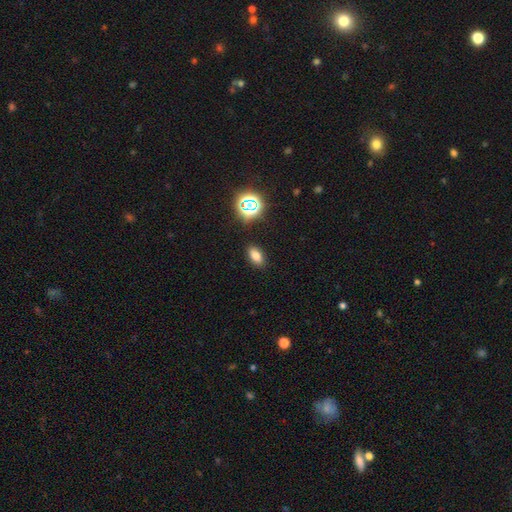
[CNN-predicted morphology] type=smooth (74%); roundness=in between (86%); merging=none (88%).